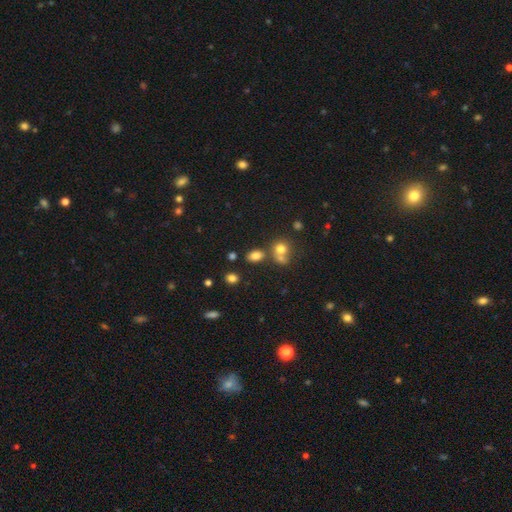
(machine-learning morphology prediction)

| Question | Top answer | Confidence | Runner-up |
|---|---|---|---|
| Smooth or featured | smooth | 77% | star or artifact (14%) |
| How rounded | in between | 78% | round (20%) |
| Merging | none | 64% | merger (19%) |